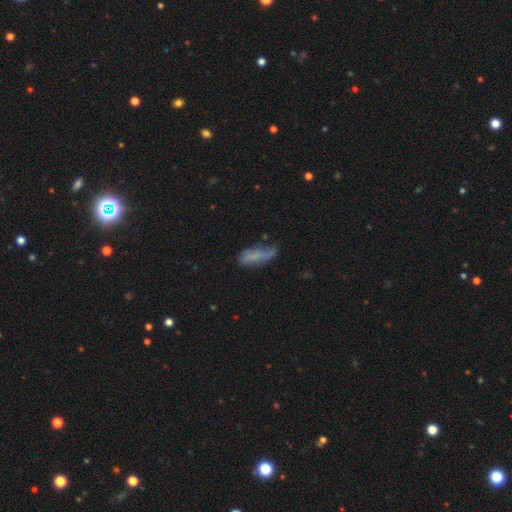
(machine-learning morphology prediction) smooth_or_featured: smooth (p=0.60) [alt: featured or disk p=0.30]
how_rounded: in between (p=0.55) [alt: cigar-shaped p=0.42]
merging: none (p=0.45) [alt: minor disturbance p=0.35]